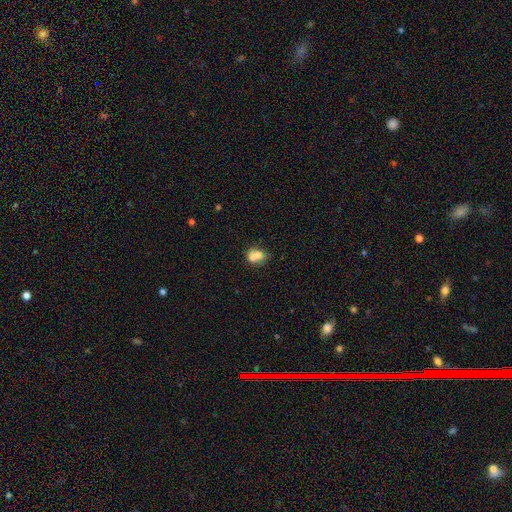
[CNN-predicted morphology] This appears to be a smooth galaxy with no disk features (69%) that is round (51%). Merging: merger (55%).